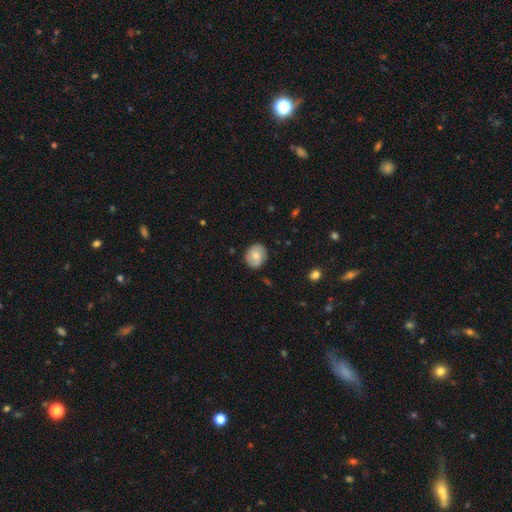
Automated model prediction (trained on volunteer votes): smooth_or_featured: smooth (p=0.54) [alt: featured or disk p=0.38]
how_rounded: round (p=0.66) [alt: in between p=0.33]
merging: none (p=0.82) [alt: minor disturbance p=0.14]